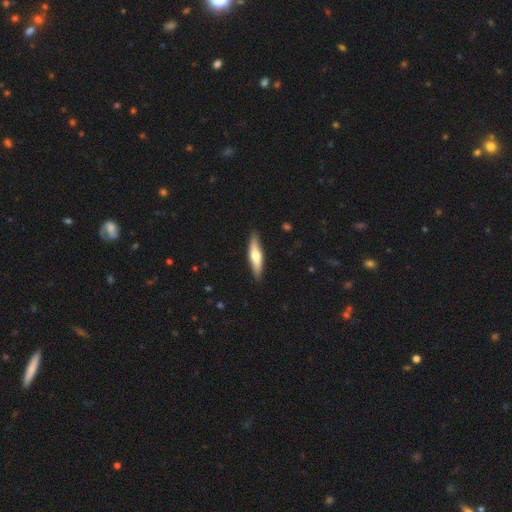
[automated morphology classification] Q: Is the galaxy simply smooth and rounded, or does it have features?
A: smooth — 50%.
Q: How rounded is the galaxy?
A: cigar-shaped — 71%.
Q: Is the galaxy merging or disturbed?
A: none — 88%.